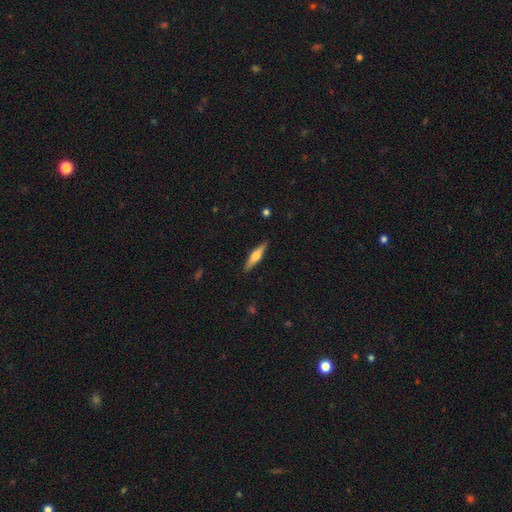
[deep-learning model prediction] A featured or disk galaxy (50%). Merging: none (90%).